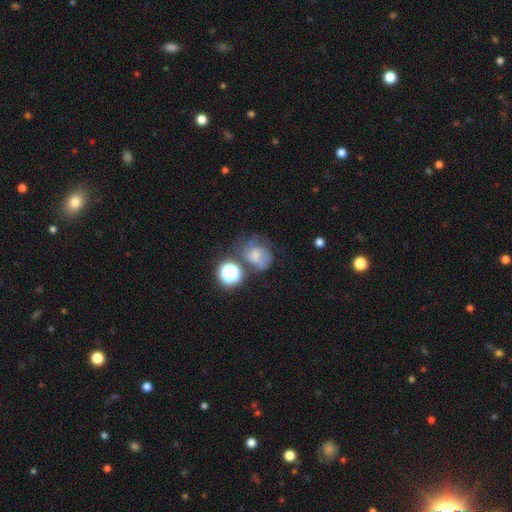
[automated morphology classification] This is possibly a smooth galaxy (50%). Merging: marginally none (39%).